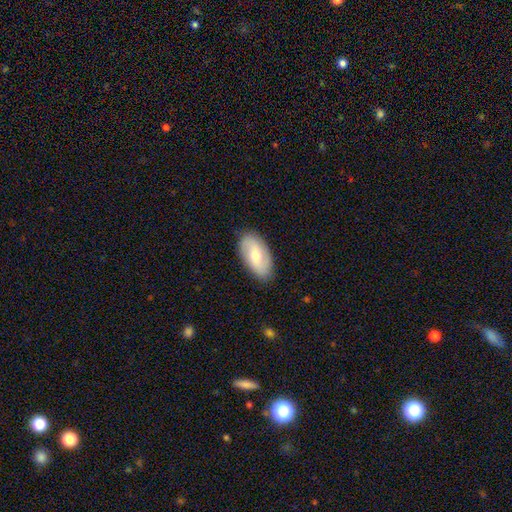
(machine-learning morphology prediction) Smooth or featured? smooth (54%)
How rounded? in between (93%)
Merging? none (86%)